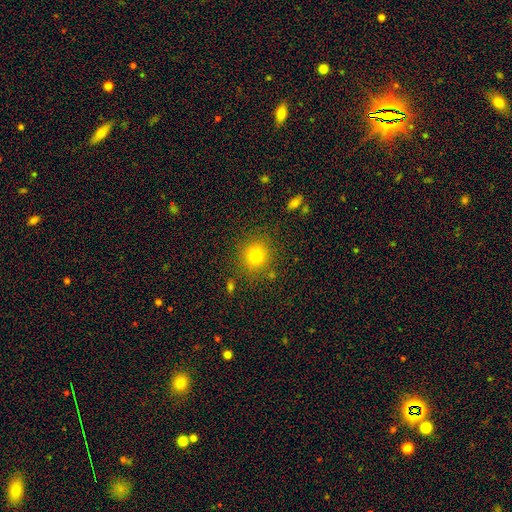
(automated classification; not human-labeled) This appears to be a smooth galaxy with no disk features (78%) that is round (90%). Merging: none (85%).